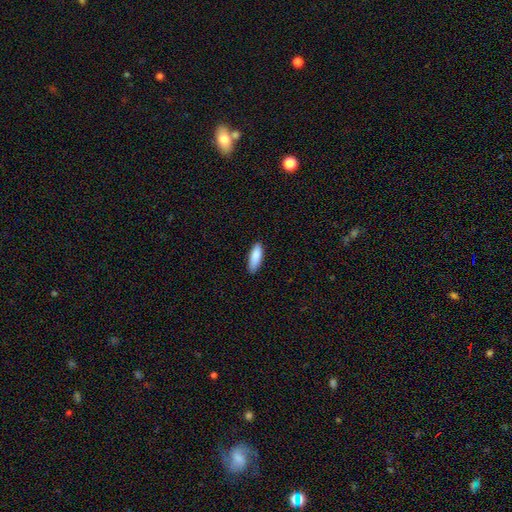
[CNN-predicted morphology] Overall: smooth (88%). How rounded: in between (58%; cigar-shaped 40%). Merging: none (85%).